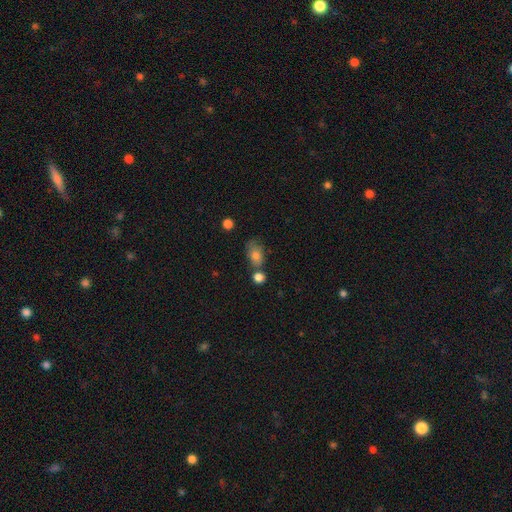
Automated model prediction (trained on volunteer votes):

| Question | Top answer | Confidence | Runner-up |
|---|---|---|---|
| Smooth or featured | smooth | 78% | featured or disk (12%) |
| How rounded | in between | 79% | round (19%) |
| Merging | none | 47% | minor disturbance (24%) |